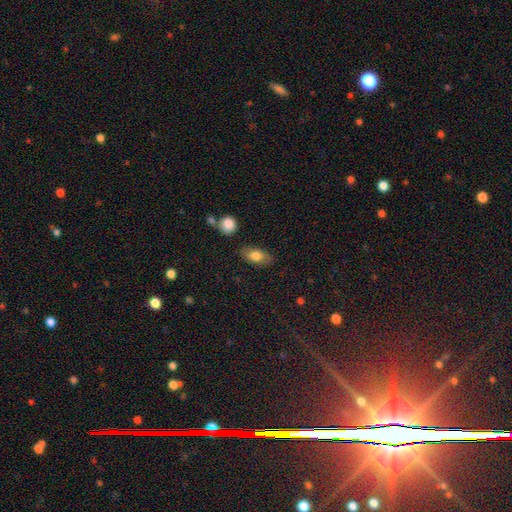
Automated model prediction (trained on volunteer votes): Smooth or featured?
  - smooth: 78% *
  - featured or disk: 15%
  - star or artifact: 7%
How rounded?
  - in between: 89% *
  - round: 7%
  - cigar-shaped: 4%
Merging?
  - none: 79% *
  - minor disturbance: 14%
  - major disturbance: 3%
  - merger: 3%